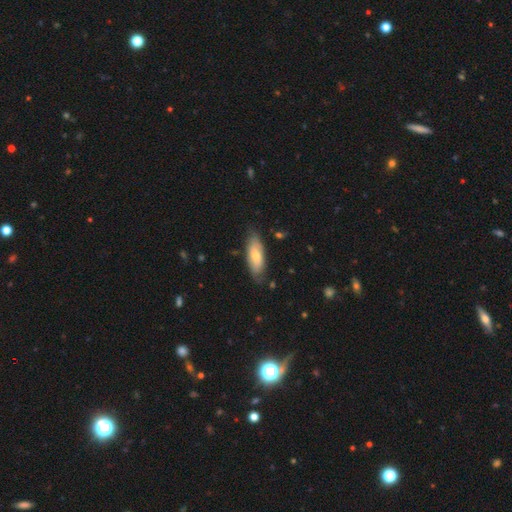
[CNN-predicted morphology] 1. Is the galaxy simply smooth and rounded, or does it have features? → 65% smooth, 29% featured or disk, 6% star or artifact.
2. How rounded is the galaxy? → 75% in between, 23% cigar-shaped, 2% round.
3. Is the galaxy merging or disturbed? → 76% none, 19% minor disturbance, 4% major disturbance, 2% merger.